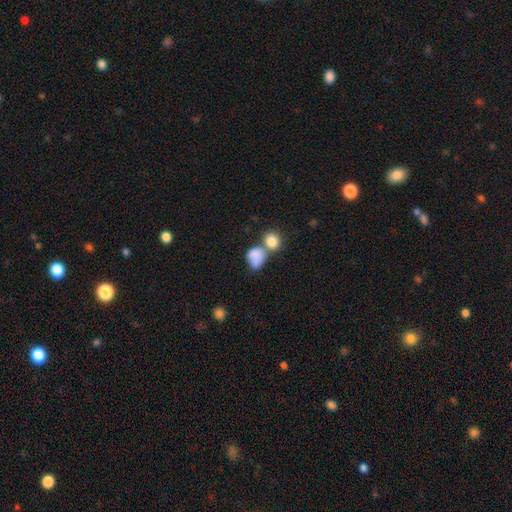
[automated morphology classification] Smooth or featured? smooth (81%)
How rounded? in between (53%)
Merging? merger (52%)